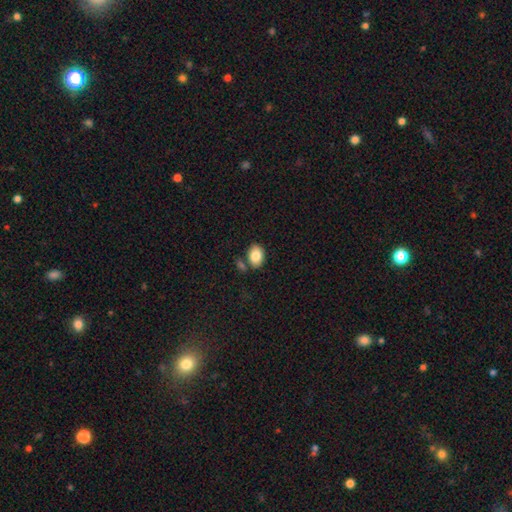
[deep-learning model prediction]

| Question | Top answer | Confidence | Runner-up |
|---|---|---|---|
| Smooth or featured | smooth | 85% | featured or disk (8%) |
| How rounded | in between | 81% | round (18%) |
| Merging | none | 72% | minor disturbance (13%) |